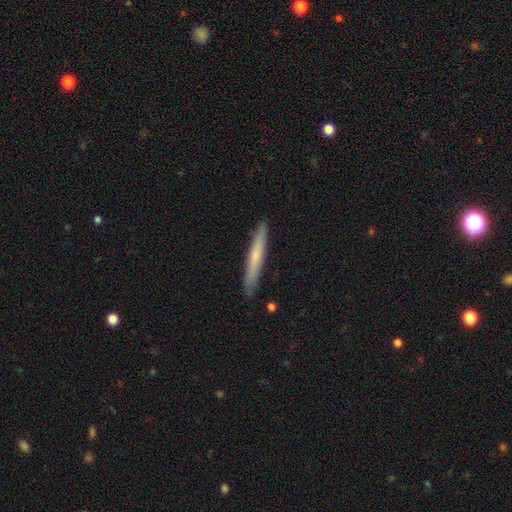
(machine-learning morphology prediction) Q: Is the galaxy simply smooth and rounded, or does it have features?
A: smooth — 60%.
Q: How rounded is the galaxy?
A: cigar-shaped — 96%.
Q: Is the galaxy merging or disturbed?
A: none — 90%.